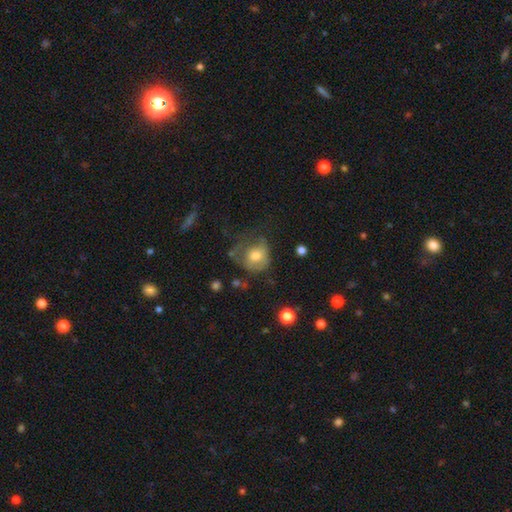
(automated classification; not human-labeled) This appears to be a smooth galaxy with no disk features (64%) that is round (71%). Merging: major disturbance (36%).